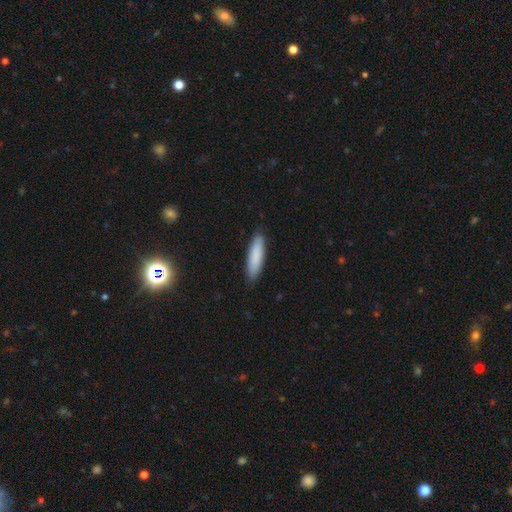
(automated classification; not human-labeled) smooth_or_featured: smooth (p=0.86) [alt: featured or disk p=0.08]
how_rounded: cigar-shaped (p=0.69) [alt: in between p=0.29]
merging: none (p=0.87) [alt: minor disturbance p=0.10]